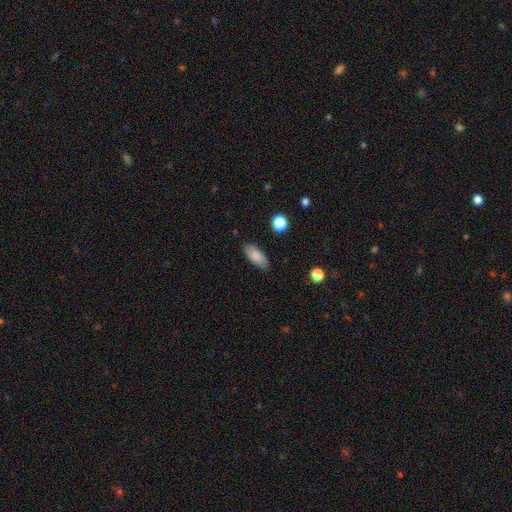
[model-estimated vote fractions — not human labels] This appears to be a smooth galaxy with no disk features (86%) that is in between round and cigar-shaped (83%). Merging: none (86%).